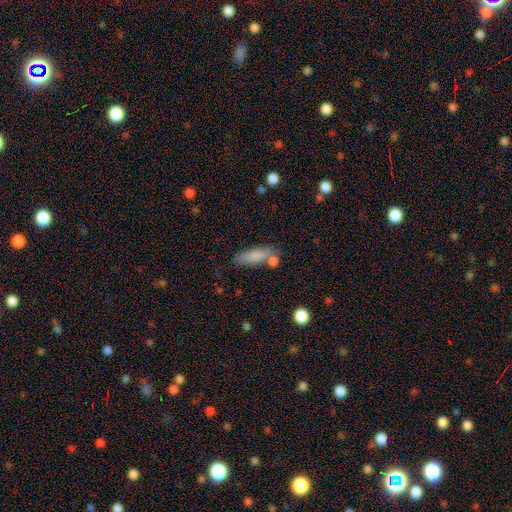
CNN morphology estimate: A smooth galaxy with no disk features (81%) that is in between round and cigar-shaped (53%). Merging: none (61%).